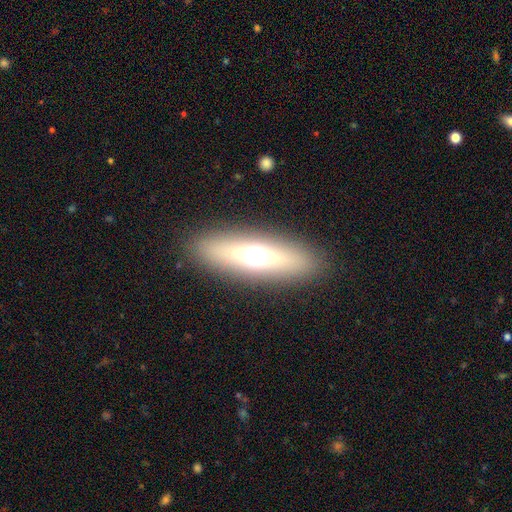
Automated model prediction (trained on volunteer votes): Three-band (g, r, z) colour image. It shows a smooth galaxy with no disk features (46%). Merging: none (87%).